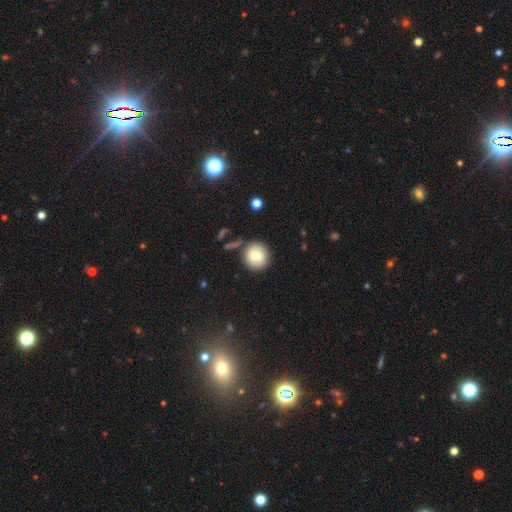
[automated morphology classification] The model was most divided on "smooth or featured": smooth: 78%, featured or disk: 14%, star or artifact: 9%. More confident: how rounded — round (90%); merging — none (82%).